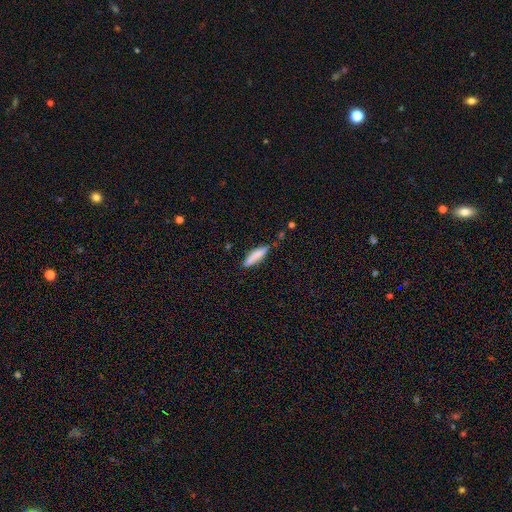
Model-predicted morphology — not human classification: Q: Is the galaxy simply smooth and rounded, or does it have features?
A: smooth — 80%.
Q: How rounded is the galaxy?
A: cigar-shaped — 77%.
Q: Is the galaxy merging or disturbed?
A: none — 74%.